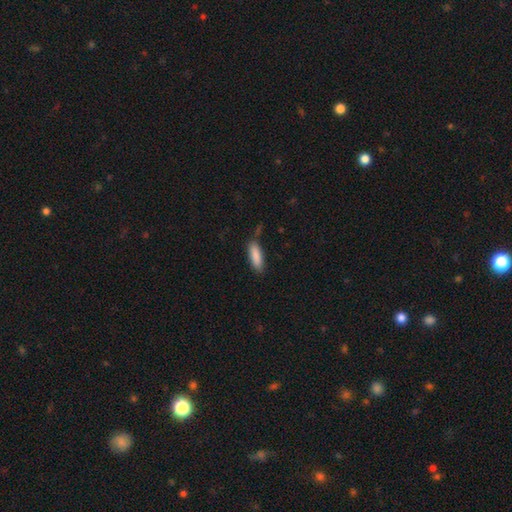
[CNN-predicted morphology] A smooth galaxy with no disk features (88%) that is in between round and cigar-shaped (49%, tied with cigar-shaped).

Vote fractions:
- Smooth or featured? smooth: 88% / featured or disk: 6% / star or artifact: 6%
- How rounded? in between: 49% (tied) / cigar-shaped: 49% (tied) / round: 2%
- Merging? none: 76% / minor disturbance: 17% / major disturbance: 4% / merger: 3%